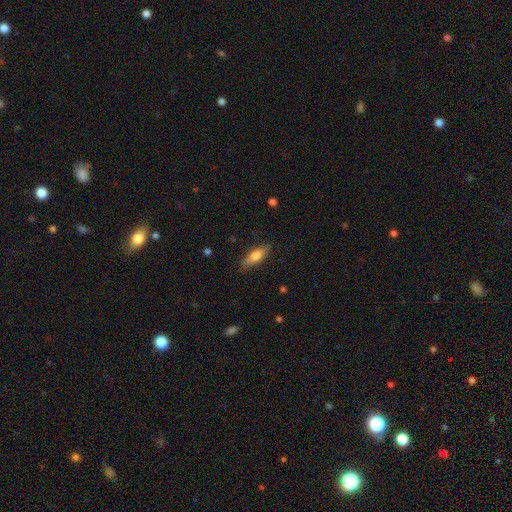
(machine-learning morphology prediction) Overall: smooth (72%). How rounded: in between (61%; cigar-shaped 37%). Merging: none (83%).